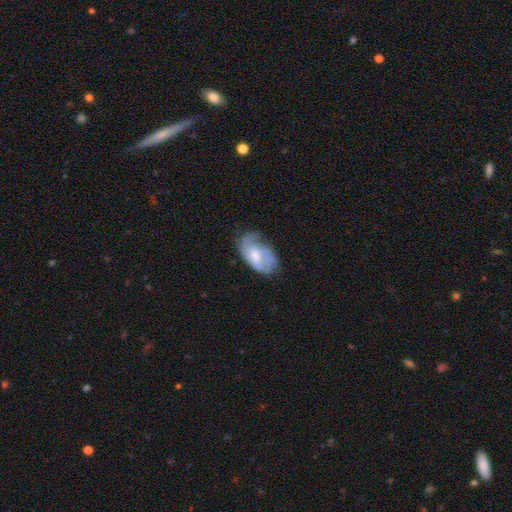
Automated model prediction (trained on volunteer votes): Smooth or featured: featured or disk — 56% (smooth — 37%)
Edge-on disk: no — 95% (yes — 5%)
Bar: no — 63% (weak — 32%)
Spiral arms: yes — 76% (no — 24%)
Bulge size: moderate — 51% (small — 37%)
Merging: none — 50% (minor disturbance — 31%)